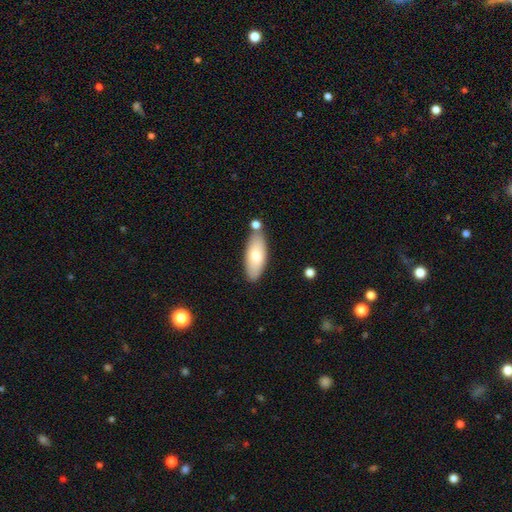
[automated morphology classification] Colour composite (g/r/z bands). It shows a smooth galaxy with no disk features (75%) that is in between round and cigar-shaped (77%). Merging: none (74%).